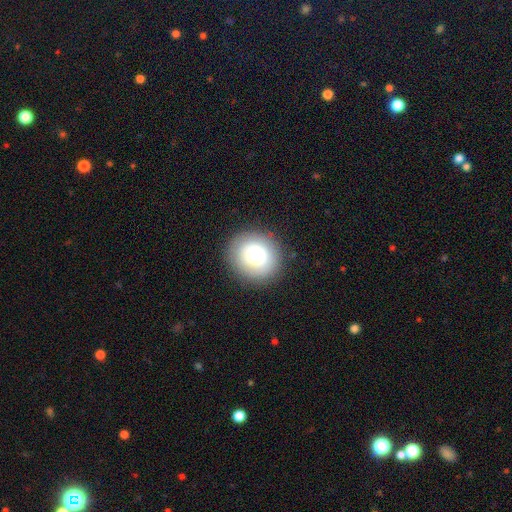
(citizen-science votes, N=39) Volunteers were most divided on "smooth or featured": smooth: 77%, featured or disk: 21%, star or artifact: 3%. More confident: merging — none (87%); how rounded — round (87%).